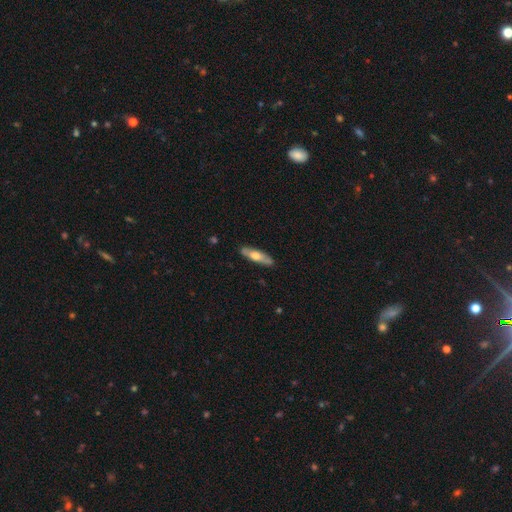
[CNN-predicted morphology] Smooth or featured: smooth — 53% (featured or disk — 42%)
How rounded: cigar-shaped — 64% (in between — 34%)
Merging: none — 86% (minor disturbance — 11%)